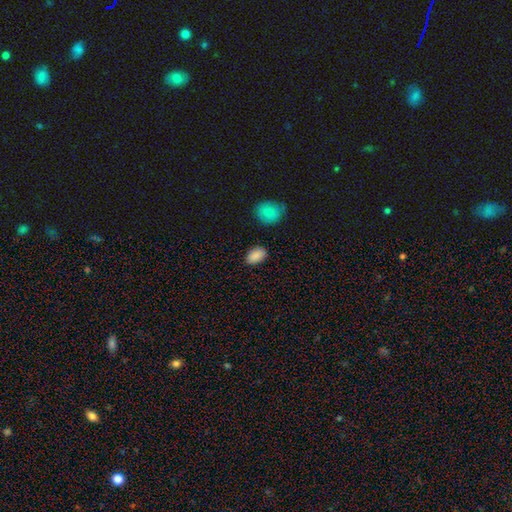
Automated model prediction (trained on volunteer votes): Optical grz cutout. It shows a smooth galaxy with no disk features (89%) that is in between round and cigar-shaped (90%). Merging: none (85%).